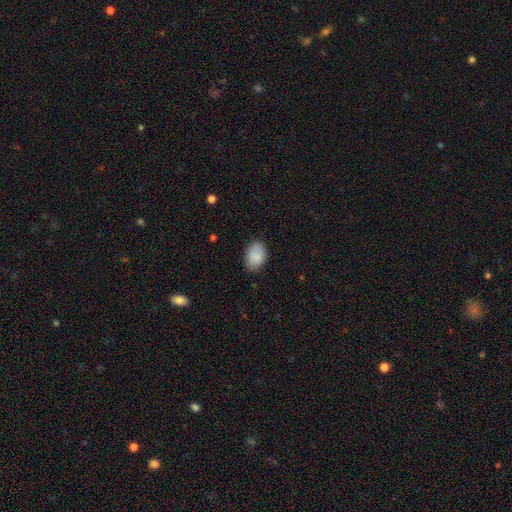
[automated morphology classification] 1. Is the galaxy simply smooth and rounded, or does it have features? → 88% smooth, 7% star or artifact, 6% featured or disk.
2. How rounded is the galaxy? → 82% in between, 17% round, 1% cigar-shaped.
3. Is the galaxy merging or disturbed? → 80% none, 16% minor disturbance, 3% major disturbance, 1% merger.